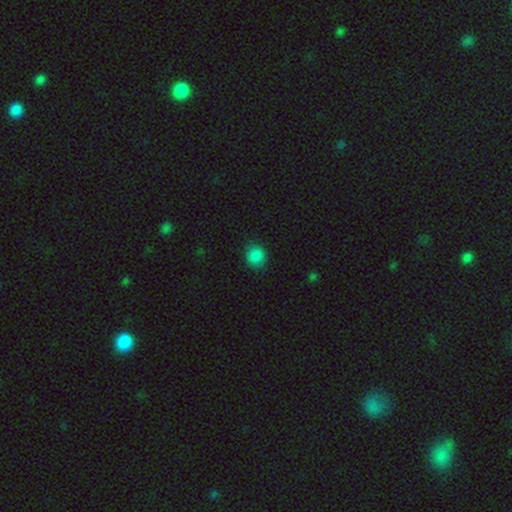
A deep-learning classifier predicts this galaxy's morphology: smooth_or_featured: smooth (p=0.87) [alt: star or artifact p=0.10]
how_rounded: round (p=0.85) [alt: in between p=0.14]
merging: none (p=0.87) [alt: minor disturbance p=0.09]